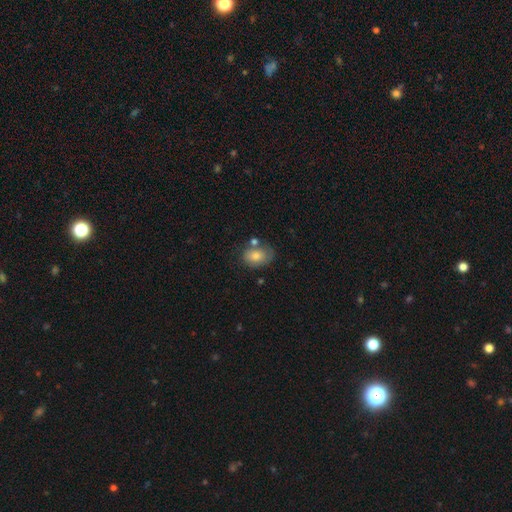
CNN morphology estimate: type=smooth (74%); roundness=in between (78%); merging=none (58%).